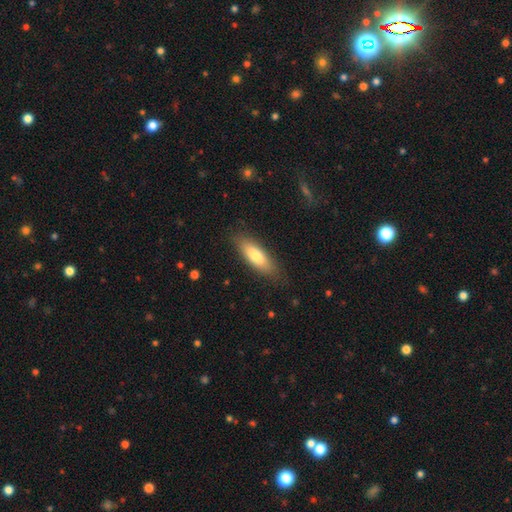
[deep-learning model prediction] This is likely a smooth galaxy (76%). How rounded: possibly in between (55%). Merging: clearly none (84%).